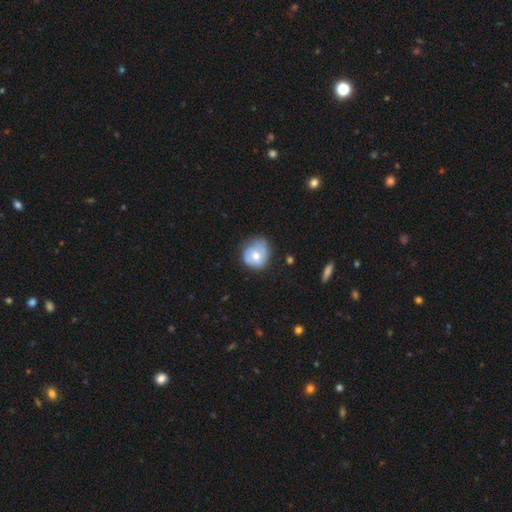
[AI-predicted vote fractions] smooth_or_featured: smooth (p=0.50) [alt: featured or disk p=0.43]
how_rounded: round (p=0.78) [alt: in between p=0.21]
merging: none (p=0.60) [alt: minor disturbance p=0.30]